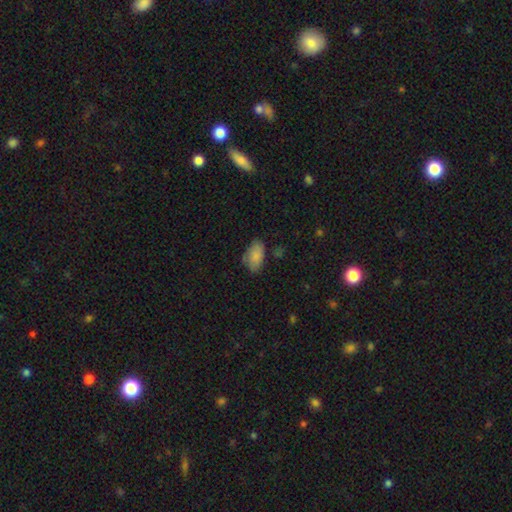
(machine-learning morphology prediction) Smooth or featured? Predicted: smooth (p=0.83). How rounded? Predicted: in between (p=0.93). Merging? Predicted: none (p=0.67).